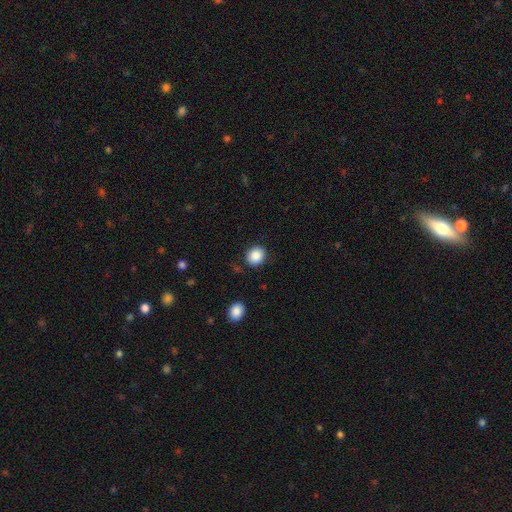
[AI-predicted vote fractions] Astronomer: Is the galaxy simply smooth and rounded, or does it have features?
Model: smooth — 89%.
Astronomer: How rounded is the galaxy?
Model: round — 69%.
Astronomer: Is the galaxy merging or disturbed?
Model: none — 86%.